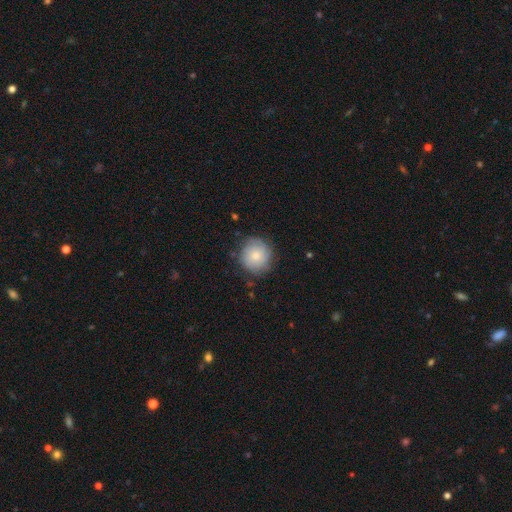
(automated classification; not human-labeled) Smooth or featured?
  - smooth: 69% *
  - featured or disk: 23%
  - star or artifact: 8%
How rounded?
  - round: 92% *
  - in between: 7%
  - cigar-shaped: 1%
Merging?
  - none: 78% *
  - minor disturbance: 16%
  - major disturbance: 4%
  - merger: 1%